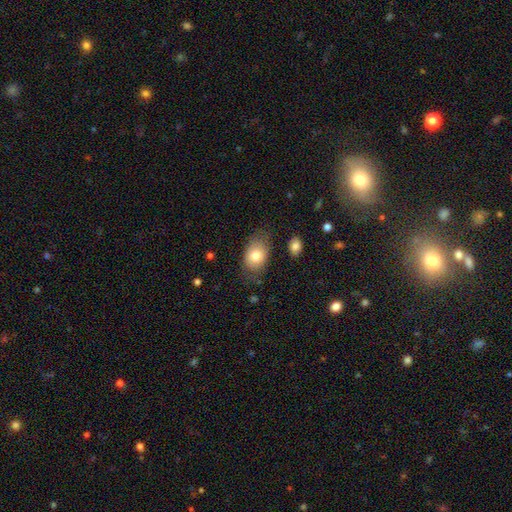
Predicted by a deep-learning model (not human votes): This is likely a smooth galaxy (78%). How rounded: clearly in between (80%). Merging: likely none (68%).